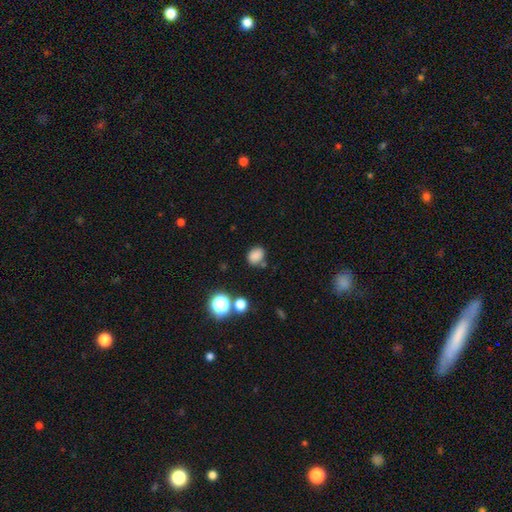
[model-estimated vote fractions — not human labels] Smooth or featured?
  - smooth: 82% *
  - star or artifact: 13%
  - featured or disk: 5%
How rounded?
  - in between: 65% *
  - round: 34%
  - cigar-shaped: 1%
Merging?
  - none: 74% *
  - minor disturbance: 15%
  - merger: 6%
  - major disturbance: 4%